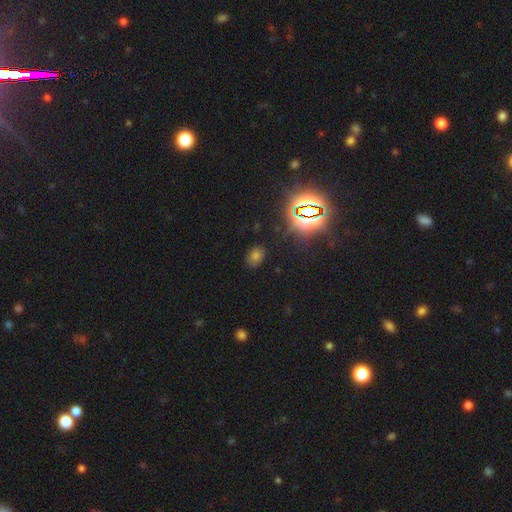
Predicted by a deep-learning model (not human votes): Smooth or featured: smooth — 52% (star or artifact — 40%)
How rounded: in between — 65% (round — 34%)
Merging: none — 81% (minor disturbance — 13%)